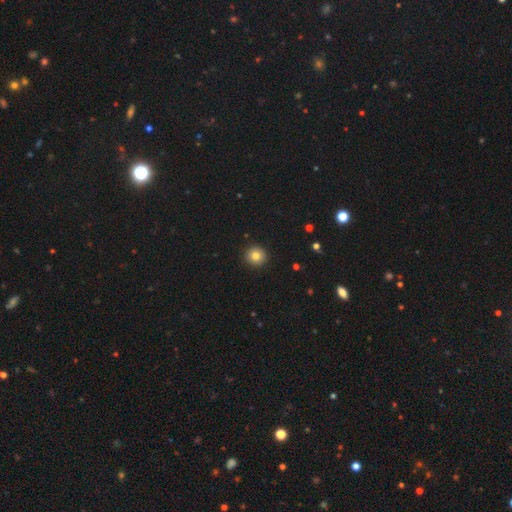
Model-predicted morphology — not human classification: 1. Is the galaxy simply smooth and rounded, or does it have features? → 81% smooth, 11% star or artifact, 8% featured or disk.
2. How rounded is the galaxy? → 93% round, 6% in between, 1% cigar-shaped.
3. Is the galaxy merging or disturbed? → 92% none, 5% minor disturbance, 2% major disturbance, 1% merger.